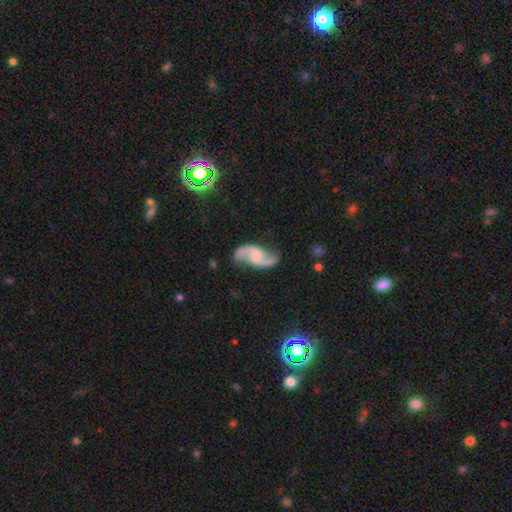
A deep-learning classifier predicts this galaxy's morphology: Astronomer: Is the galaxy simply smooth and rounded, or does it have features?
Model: featured or disk — 89%.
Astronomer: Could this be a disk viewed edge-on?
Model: no — 98%.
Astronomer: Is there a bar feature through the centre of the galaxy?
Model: no — 51% (runner-up: weak, 38%).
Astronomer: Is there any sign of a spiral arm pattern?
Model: yes — 97%.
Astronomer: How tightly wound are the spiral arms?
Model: loose — 63%.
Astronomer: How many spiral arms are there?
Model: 2 — 94%.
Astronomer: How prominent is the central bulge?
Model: none — 61%.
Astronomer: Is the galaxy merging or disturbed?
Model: none — 78%.